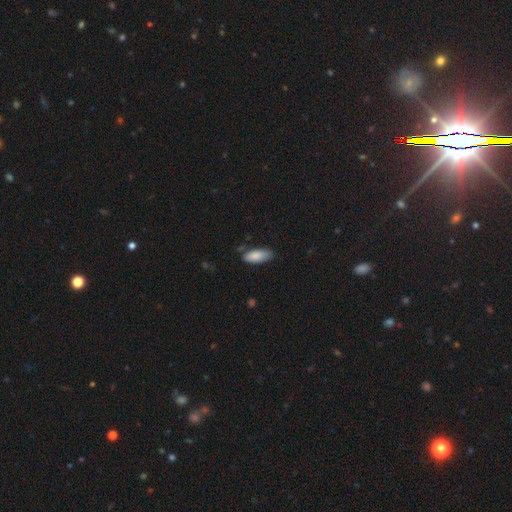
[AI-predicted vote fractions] Smooth or featured? smooth (87%)
How rounded? in between (81%)
Merging? none (72%)